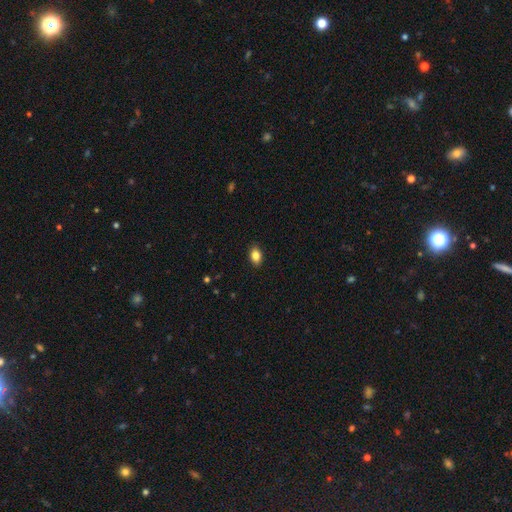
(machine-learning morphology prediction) A smooth galaxy with no disk features (85%) that is in between round and cigar-shaped (79%). Merging: none (89%).